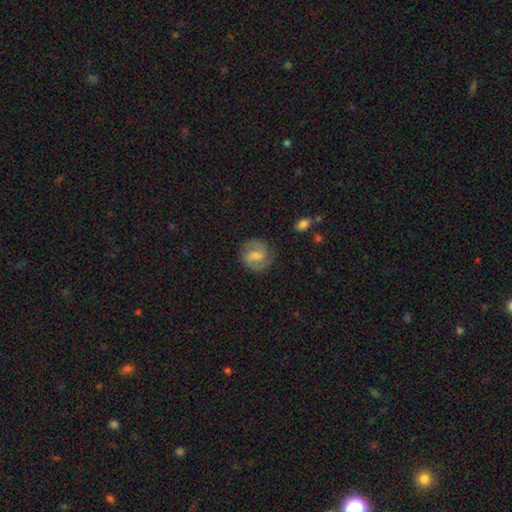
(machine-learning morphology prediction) The model was most divided on "bulge size": moderate: 42%, small: 41%, none: 11%, large: 5%, dominant: 1%. More confident: edge-on disk — no (97%); spiral arms — yes (92%); spiral arm count — 2 (88%); merging — none (82%); smooth or featured — featured or disk (69%); bar — weak (54%); spiral winding — medium (50%).